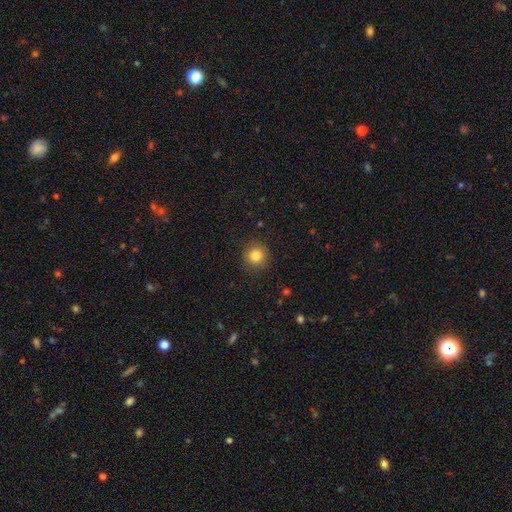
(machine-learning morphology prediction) Smooth or featured: smooth — 83% (star or artifact — 12%)
How rounded: round — 93% (in between — 6%)
Merging: none — 90% (minor disturbance — 6%)